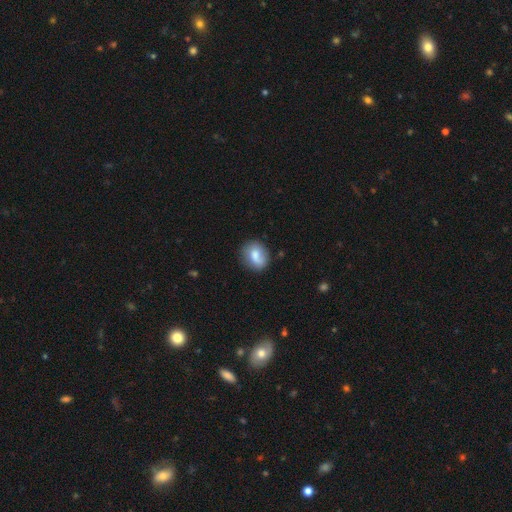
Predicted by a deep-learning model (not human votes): Smooth or featured?
  - smooth: 75% *
  - featured or disk: 17%
  - star or artifact: 8%
How rounded?
  - round: 57% *
  - in between: 42%
  - cigar-shaped: 1%
Merging?
  - none: 70% *
  - minor disturbance: 21%
  - major disturbance: 6%
  - merger: 3%